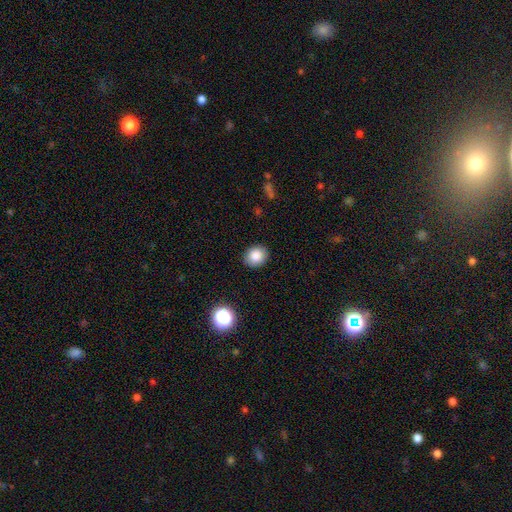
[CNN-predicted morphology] Q: Smooth or featured?
A: smooth (85%); runner-up: star or artifact (10%)
Q: How rounded?
A: round (68%); runner-up: in between (31%)
Q: Merging?
A: none (89%); runner-up: minor disturbance (8%)